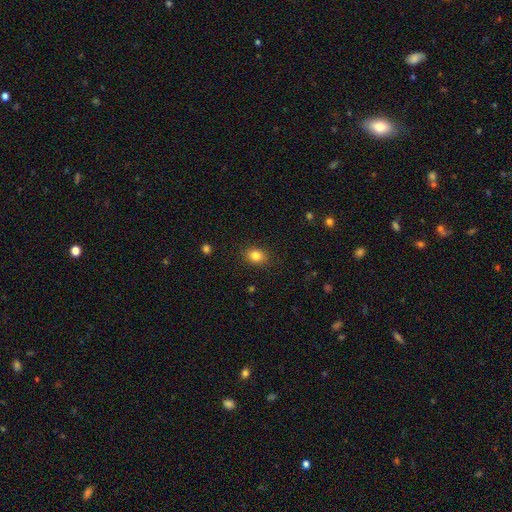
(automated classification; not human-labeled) Overall: smooth (83%). How rounded: in between (60%; round 39%). Merging: none (86%).